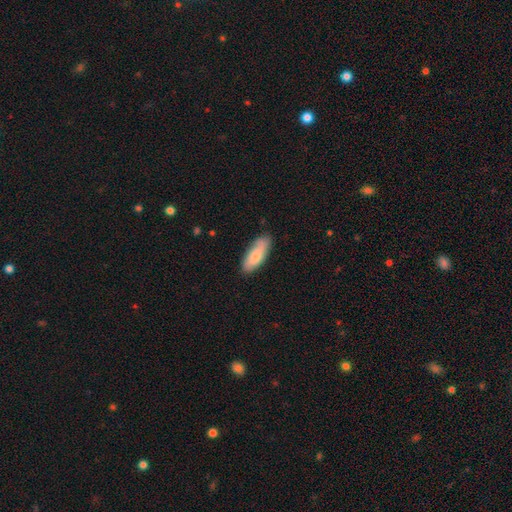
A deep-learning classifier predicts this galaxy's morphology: A smooth galaxy with no disk features (80%) that is in between round and cigar-shaped (69%).

Vote fractions:
- Smooth or featured? smooth: 80% / featured or disk: 15% / star or artifact: 6%
- How rounded? in between: 69% / cigar-shaped: 29% / round: 2%
- Merging? none: 77% / minor disturbance: 18% / major disturbance: 3% / merger: 2%